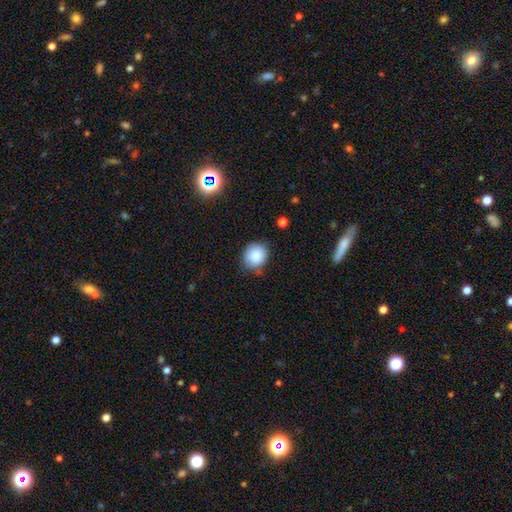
Smooth or featured?
  - smooth: 90% *
  - star or artifact: 8%
  - featured or disk: 3%
How rounded?
  - round: 77% *
  - in between: 20%
  - cigar-shaped: 3%
Merging?
  - none: 81% *
  - minor disturbance: 14%
  - major disturbance: 3%
  - merger: 3%